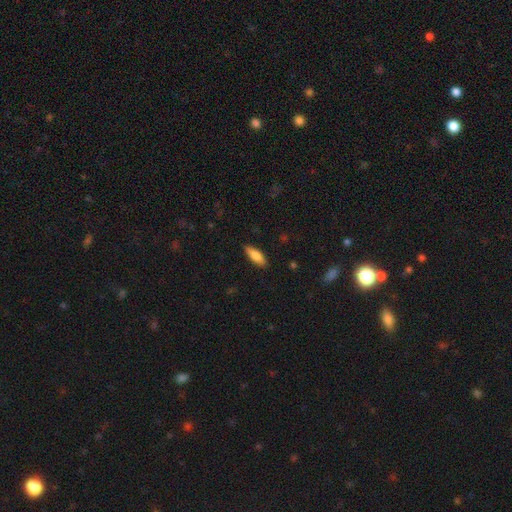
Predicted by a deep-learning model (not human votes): This appears to be a smooth galaxy with no disk features (79%) that is in between round and cigar-shaped (57%). Merging: none (86%).